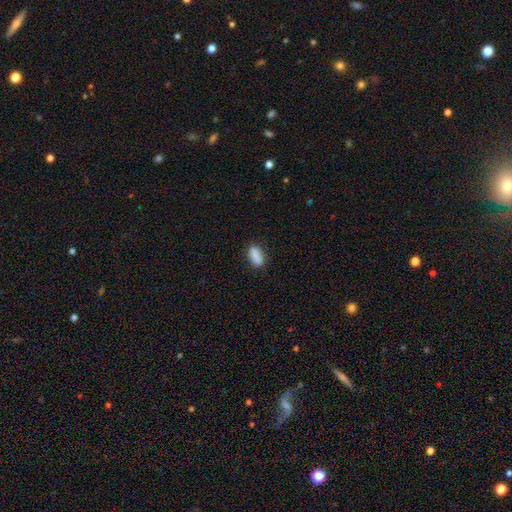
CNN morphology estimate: smooth 85%, star or artifact 8%, featured or disk 7%. Down the decision tree: how rounded — in between (76%); merging — none (81%).